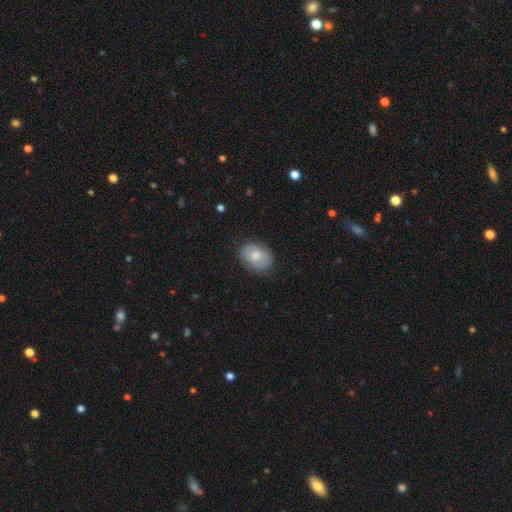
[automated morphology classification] A smooth galaxy with no disk features (77%) that is in between round and cigar-shaped (77%). Merging: none (76%).